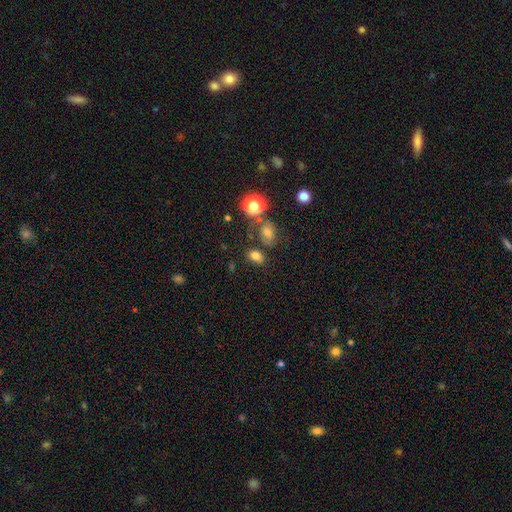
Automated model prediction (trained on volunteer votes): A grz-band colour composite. It shows a smooth galaxy with no disk features (75%) that is in between round and cigar-shaped (71%). Merging: none (69%).